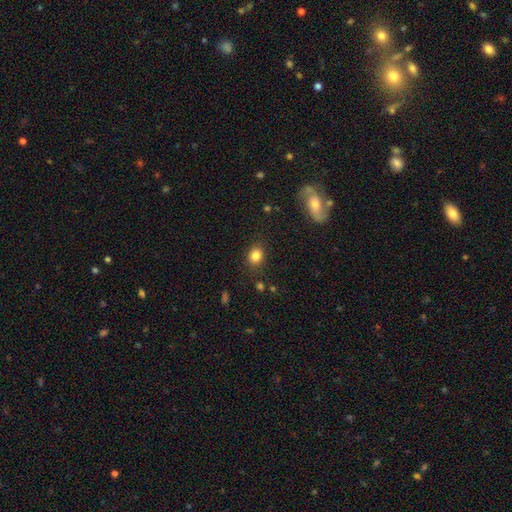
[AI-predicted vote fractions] This appears to be a smooth galaxy with no disk features (83%) that is in between round and cigar-shaped (50%). Merging: none (83%).